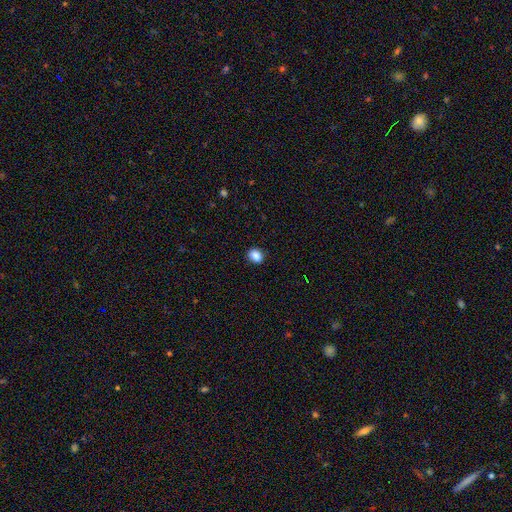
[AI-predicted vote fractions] A smooth galaxy with no disk features (87%) that is round (53%).

Vote fractions:
- Smooth or featured? smooth: 87% / star or artifact: 9% / featured or disk: 4%
- How rounded? round: 53% / in between: 46% / cigar-shaped: 1%
- Merging? none: 90% / minor disturbance: 7% / major disturbance: 2% / merger: 1%